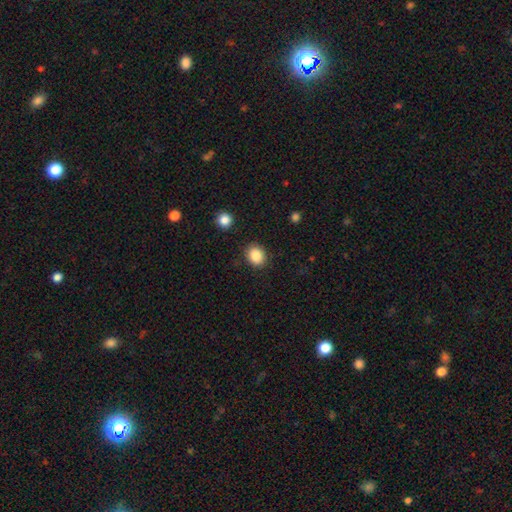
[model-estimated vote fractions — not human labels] smooth-or-featured: smooth: 87% | star or artifact: 9% | featured or disk: 4%
  how-rounded: round: 63% | in between: 36% | cigar-shaped: 1%
  merging: none: 87% | minor disturbance: 9% | major disturbance: 3% | merger: 2%